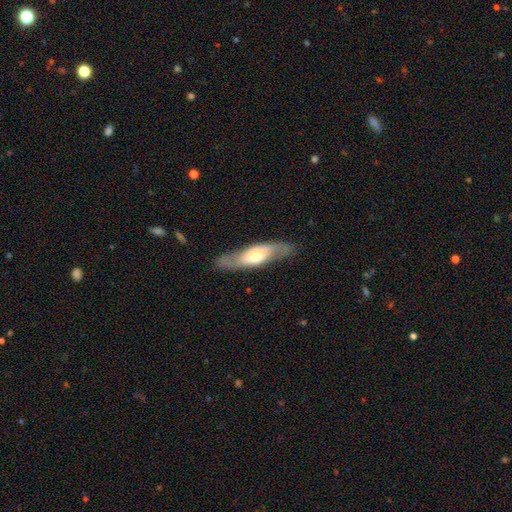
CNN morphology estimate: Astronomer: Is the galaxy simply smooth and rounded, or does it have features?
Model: featured or disk — 60%.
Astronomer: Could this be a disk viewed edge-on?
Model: no — 59% (runner-up: yes, 41%).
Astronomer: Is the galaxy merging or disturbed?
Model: none — 82%.